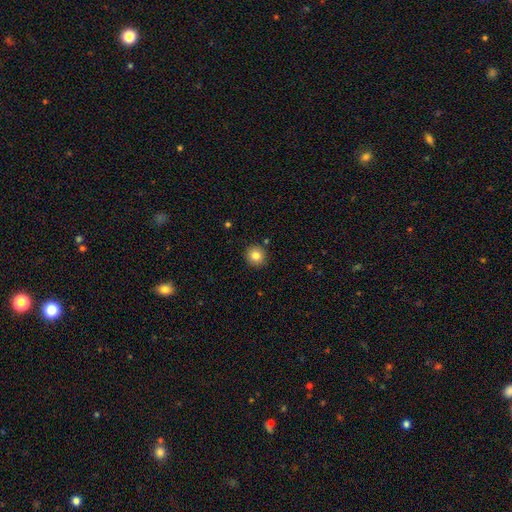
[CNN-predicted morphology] A smooth galaxy with no disk features (83%) that is round (93%). Merging: none (90%).